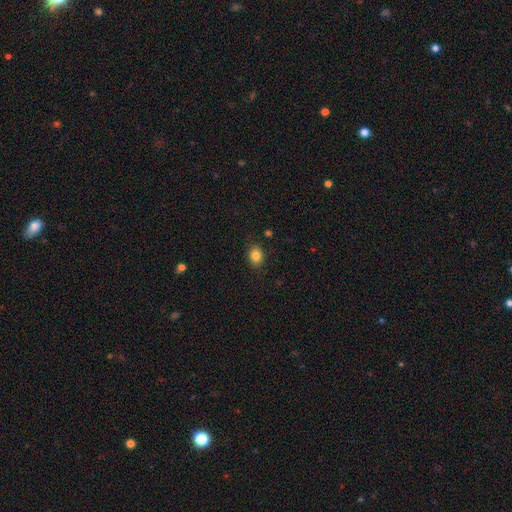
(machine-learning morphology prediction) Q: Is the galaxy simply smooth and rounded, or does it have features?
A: smooth — 84%.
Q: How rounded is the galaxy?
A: in between — 51%.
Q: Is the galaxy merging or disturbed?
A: none — 85%.